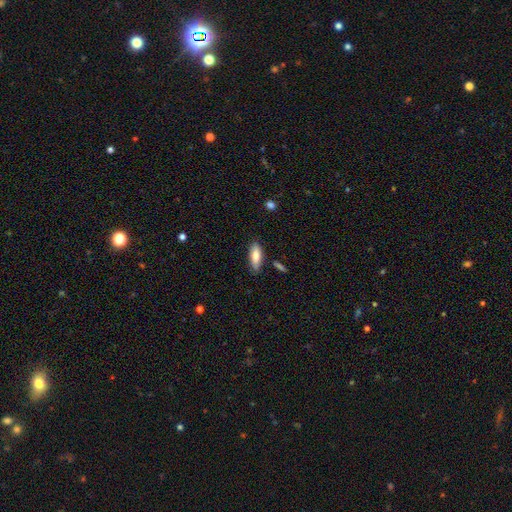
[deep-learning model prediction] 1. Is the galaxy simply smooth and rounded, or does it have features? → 76% smooth, 17% featured or disk, 6% star or artifact.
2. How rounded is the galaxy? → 66% in between, 32% cigar-shaped, 2% round.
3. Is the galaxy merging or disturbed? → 82% none, 13% minor disturbance, 3% merger, 2% major disturbance.